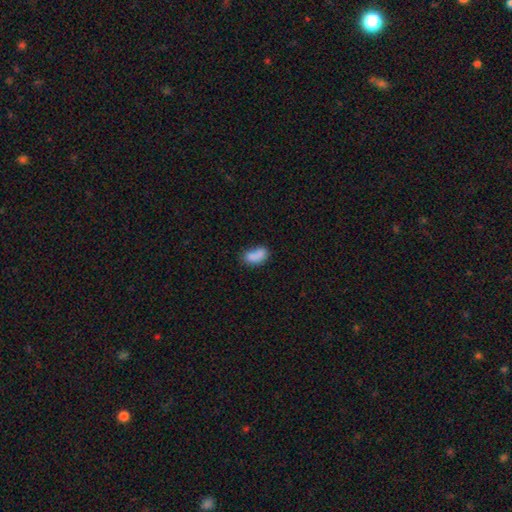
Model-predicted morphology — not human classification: Smooth or featured? Predicted: smooth (p=0.79). How rounded? Predicted: in between (p=0.88). Merging? Predicted: none (p=0.41).